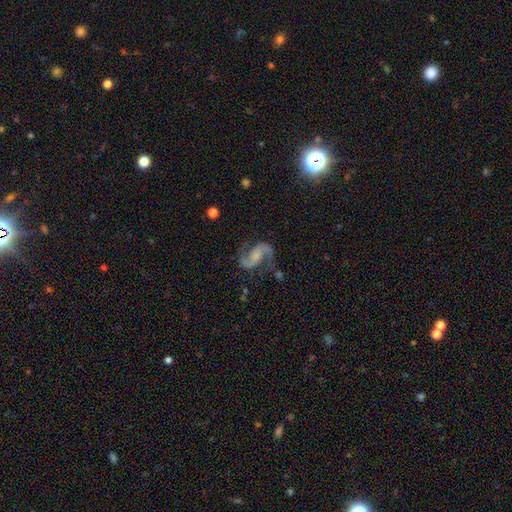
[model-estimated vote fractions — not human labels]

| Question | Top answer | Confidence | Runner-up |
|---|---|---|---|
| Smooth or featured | featured or disk | 91% | star or artifact (5%) |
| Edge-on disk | no | 98% | yes (2%) |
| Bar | no | 47% | weak (37%) |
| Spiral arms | yes | 98% | no (2%) |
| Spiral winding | medium | 51% | loose (39%) |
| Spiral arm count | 2 | 94% | 1 (2%) |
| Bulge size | small | 38% | moderate (28%) |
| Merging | none | 72% | minor disturbance (15%) |